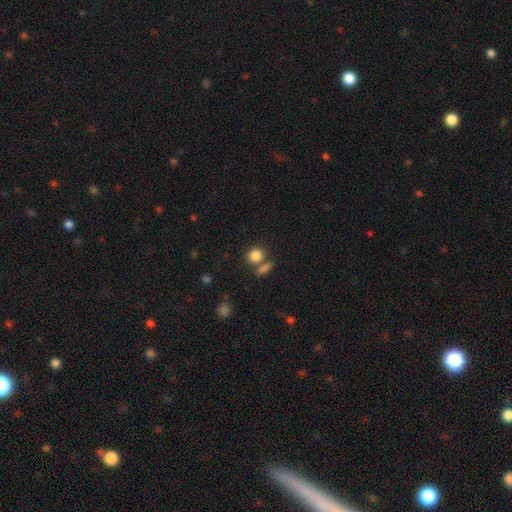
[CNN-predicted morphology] This is clearly a smooth galaxy (84%). How rounded: likely round (68%). Merging: possibly none (59%).